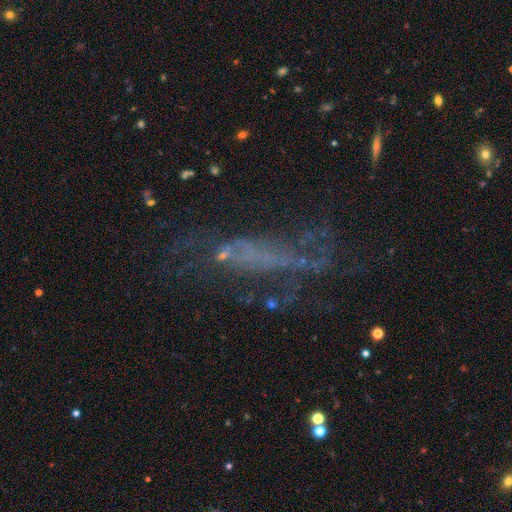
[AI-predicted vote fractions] smooth_or_featured: featured or disk (p=0.43) [alt: star or artifact p=0.30]
merging: none (p=0.43) [alt: major disturbance p=0.31]